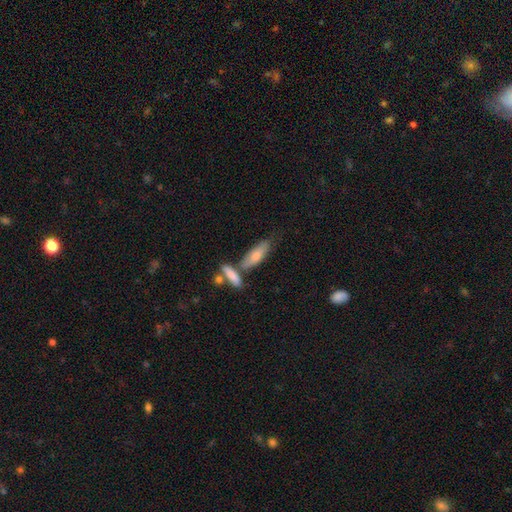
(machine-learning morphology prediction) smooth-or-featured: smooth: 72% | featured or disk: 22% | star or artifact: 6%
  how-rounded: in between: 55% | cigar-shaped: 42% | round: 2%
  merging: none: 55% | merger: 24% | minor disturbance: 16% | major disturbance: 5%